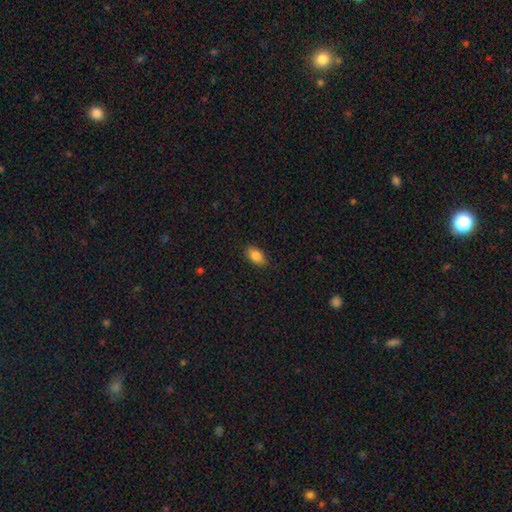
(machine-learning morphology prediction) A smooth galaxy with no disk features (86%) that is in between round and cigar-shaped (89%). Merging: none (85%).